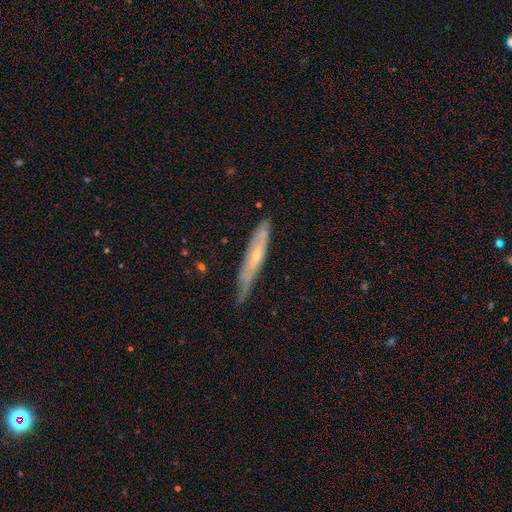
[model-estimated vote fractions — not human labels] Smooth or featured? Predicted: featured or disk (p=0.64). Edge-on disk? Predicted: yes (p=0.66). Merging? Predicted: none (p=0.64).